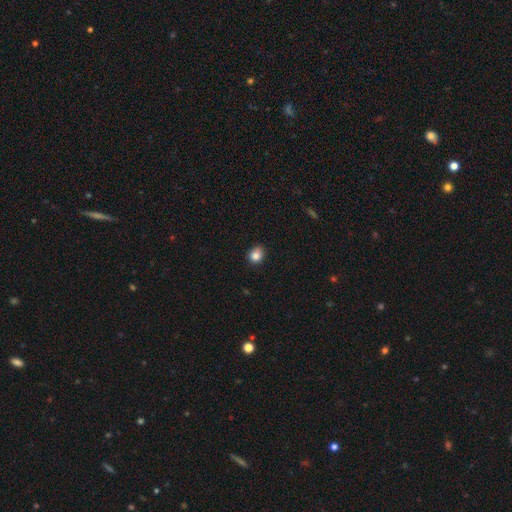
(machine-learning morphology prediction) Smooth or featured? smooth (85%)
How rounded? round (60%)
Merging? none (77%)